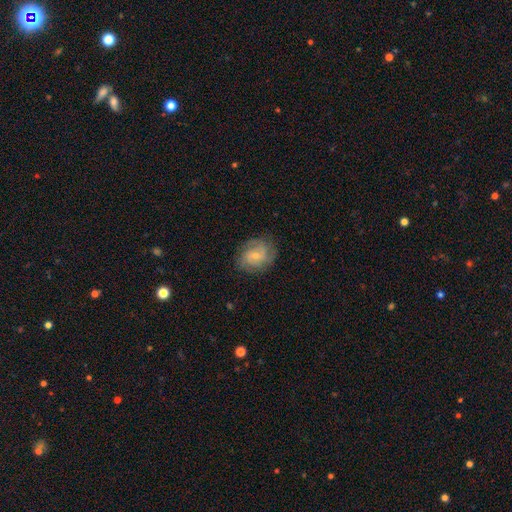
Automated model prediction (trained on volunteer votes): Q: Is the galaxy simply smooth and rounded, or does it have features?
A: featured or disk — 66%.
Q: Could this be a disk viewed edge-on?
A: no — 97%.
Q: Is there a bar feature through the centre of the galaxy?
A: no — 51%.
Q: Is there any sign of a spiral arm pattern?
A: yes — 90%.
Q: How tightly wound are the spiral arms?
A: medium — 43%.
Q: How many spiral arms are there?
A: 2 — 35%.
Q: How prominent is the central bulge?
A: small — 61%.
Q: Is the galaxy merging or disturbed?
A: none — 76%.